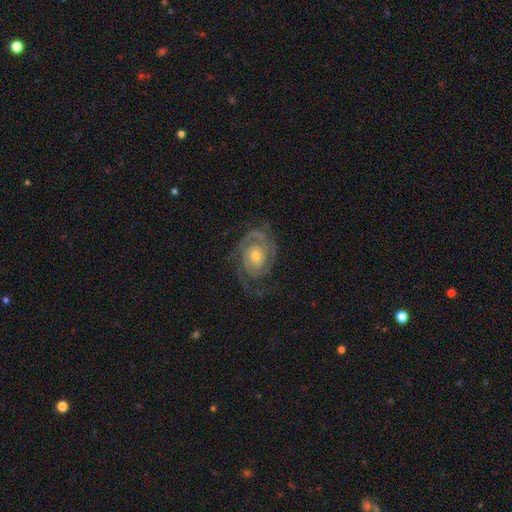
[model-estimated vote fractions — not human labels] Smooth or featured?
  - featured or disk: 89% *
  - smooth: 7%
  - star or artifact: 5%
Edge-on disk?
  - no: 97% *
  - yes: 3%
Bar?
  - no: 77% *
  - weak: 18%
  - strong: 5%
Spiral arms?
  - yes: 96% *
  - no: 4%
Spiral winding?
  - tight: 64% *
  - medium: 29%
  - loose: 8%
Spiral arm count?
  - 2: 59% *
  - 3: 14%
  - can't tell: 13%
  - 1: 5%
  - 4: 4%
  - more than 4: 3%
Bulge size?
  - small: 49% *
  - moderate: 47%
  - large: 3%
  - none: 1%
  - dominant: 1%
Merging?
  - none: 70% *
  - minor disturbance: 17%
  - major disturbance: 12%
  - merger: 1%